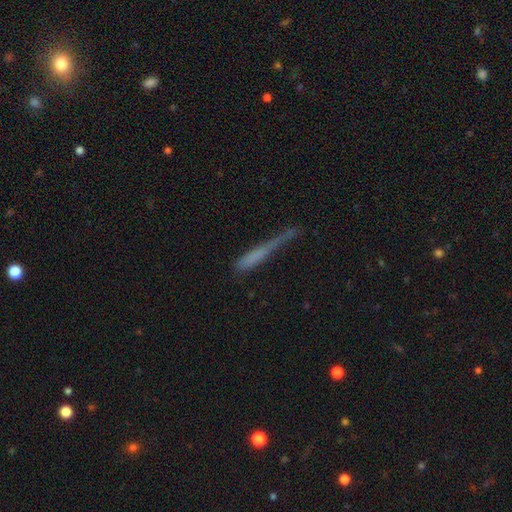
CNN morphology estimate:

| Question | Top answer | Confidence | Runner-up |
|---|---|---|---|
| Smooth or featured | smooth | 60% | featured or disk (28%) |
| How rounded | cigar-shaped | 93% | in between (5%) |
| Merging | none | 45% | minor disturbance (28%) |